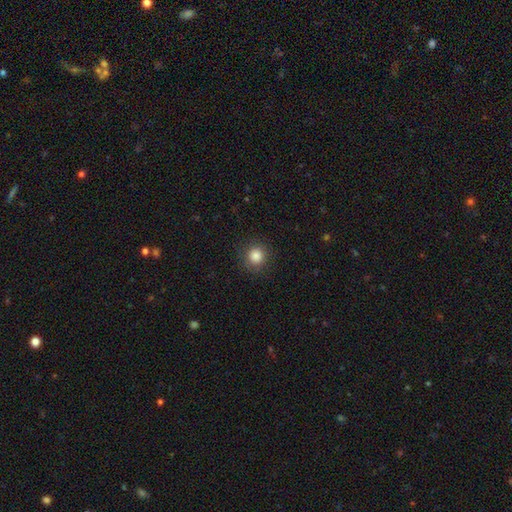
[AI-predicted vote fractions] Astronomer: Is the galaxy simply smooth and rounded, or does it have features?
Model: smooth — 85%.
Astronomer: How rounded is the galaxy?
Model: round — 93%.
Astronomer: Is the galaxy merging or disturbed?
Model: none — 89%.